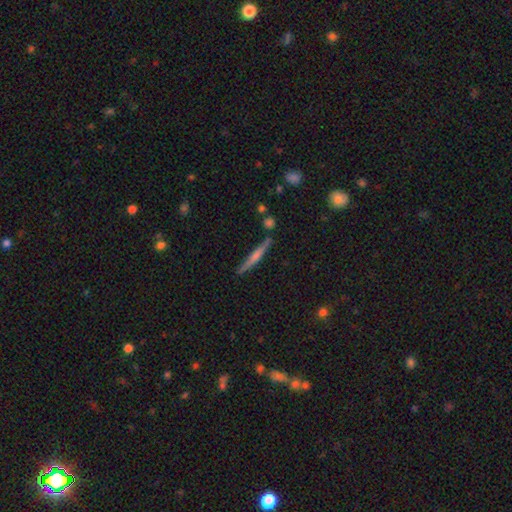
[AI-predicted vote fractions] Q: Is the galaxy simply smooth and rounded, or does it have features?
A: featured or disk — 53%.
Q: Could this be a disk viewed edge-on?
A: yes — 97%.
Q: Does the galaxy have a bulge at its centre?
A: rounded — 47%.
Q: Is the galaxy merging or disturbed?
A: none — 86%.